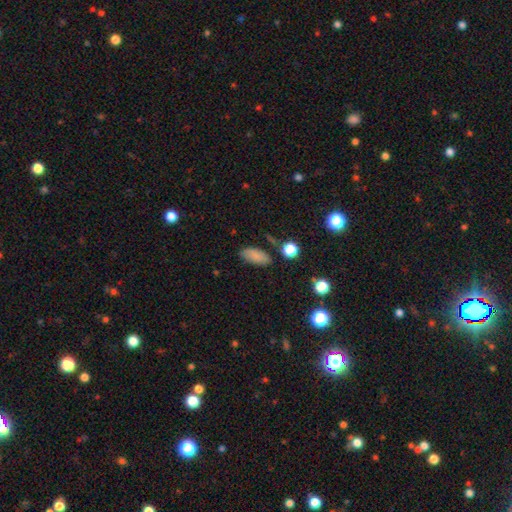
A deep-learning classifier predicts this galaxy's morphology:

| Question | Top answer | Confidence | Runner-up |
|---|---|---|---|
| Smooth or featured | smooth | 83% | star or artifact (10%) |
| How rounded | in between | 89% | cigar-shaped (8%) |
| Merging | none | 79% | minor disturbance (14%) |